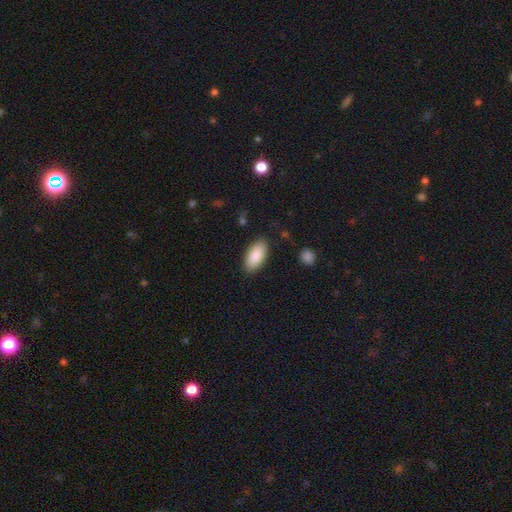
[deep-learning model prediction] A smooth galaxy with no disk features (88%) that is in between round and cigar-shaped (92%).

Vote fractions:
- Smooth or featured? smooth: 88% / featured or disk: 6% / star or artifact: 6%
- How rounded? in between: 92% / cigar-shaped: 6% / round: 2%
- Merging? none: 86% / minor disturbance: 10% / major disturbance: 2% / merger: 1%